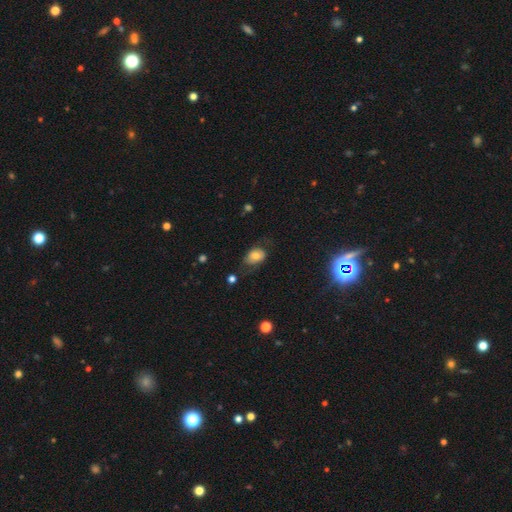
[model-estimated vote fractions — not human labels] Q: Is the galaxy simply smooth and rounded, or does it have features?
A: smooth — 64%.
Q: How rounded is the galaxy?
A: in between — 76%.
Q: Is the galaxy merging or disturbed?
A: none — 54%.